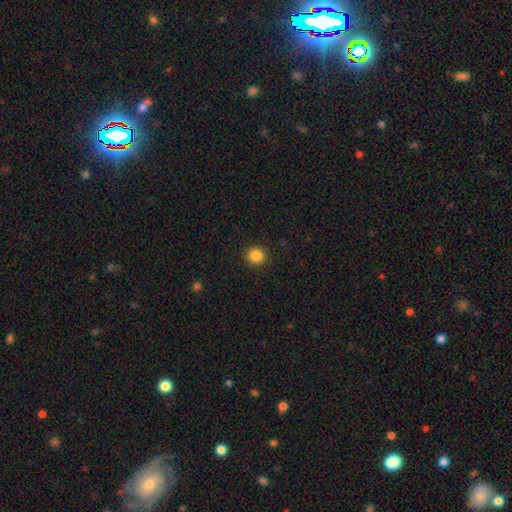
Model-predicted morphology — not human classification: The model was most divided on "smooth or featured": smooth: 85%, star or artifact: 11%, featured or disk: 4%. More confident: how rounded — round (93%); merging — none (92%).